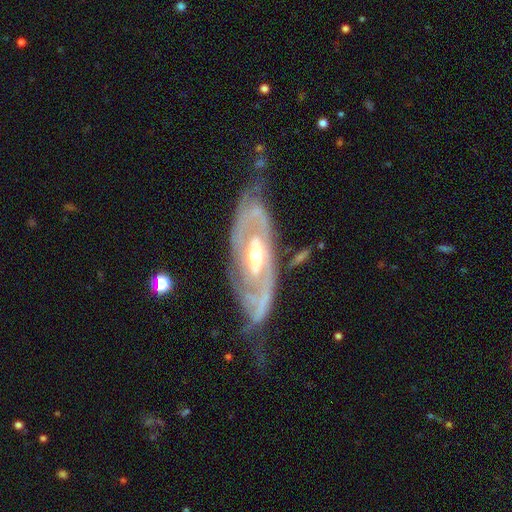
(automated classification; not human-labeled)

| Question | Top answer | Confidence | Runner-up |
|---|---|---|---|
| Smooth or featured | featured or disk | 89% | smooth (7%) |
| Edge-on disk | no | 90% | yes (10%) |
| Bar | no | 50% | weak (33%) |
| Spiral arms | yes | 91% | no (9%) |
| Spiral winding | tight | 60% | medium (30%) |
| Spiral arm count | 2 | 58% | can't tell (23%) |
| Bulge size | moderate | 64% | small (29%) |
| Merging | none | 59% | minor disturbance (23%) |